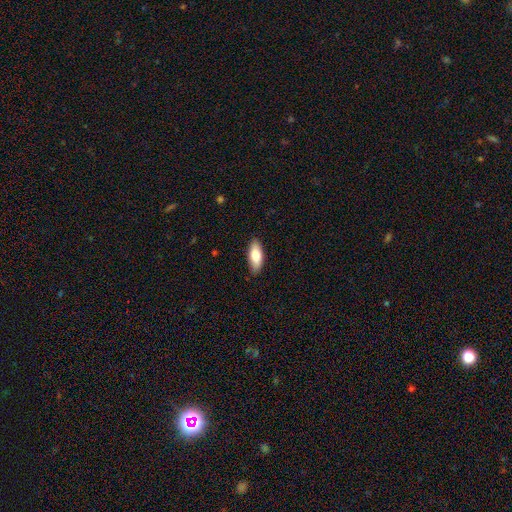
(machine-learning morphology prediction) type=smooth (78%); roundness=in between (81%); merging=none (87%).